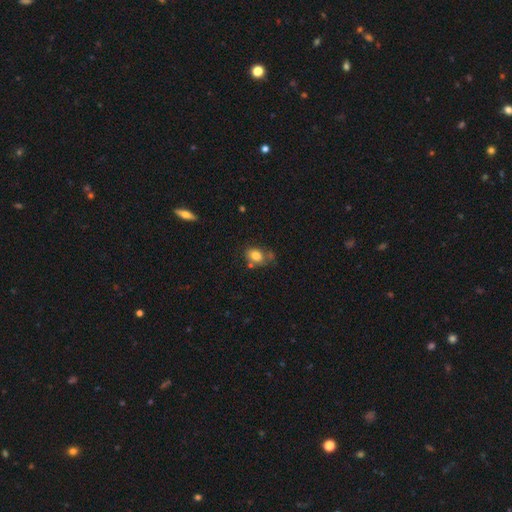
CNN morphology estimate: smooth-or-featured: smooth: 79% | featured or disk: 12% | star or artifact: 9%
  how-rounded: in between: 76% | round: 23% | cigar-shaped: 1%
  merging: none: 52% | minor disturbance: 25% | merger: 15% | major disturbance: 9%